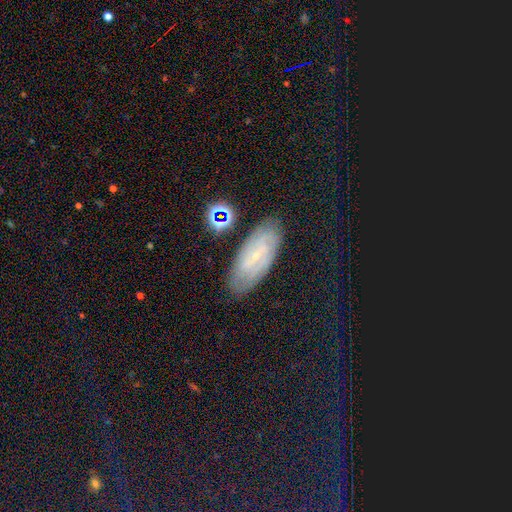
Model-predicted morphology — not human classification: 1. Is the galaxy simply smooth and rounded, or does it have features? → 55% featured or disk, 25% smooth, 20% star or artifact.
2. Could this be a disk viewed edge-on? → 87% no, 13% yes.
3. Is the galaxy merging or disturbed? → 79% none, 14% minor disturbance, 4% major disturbance, 3% merger.